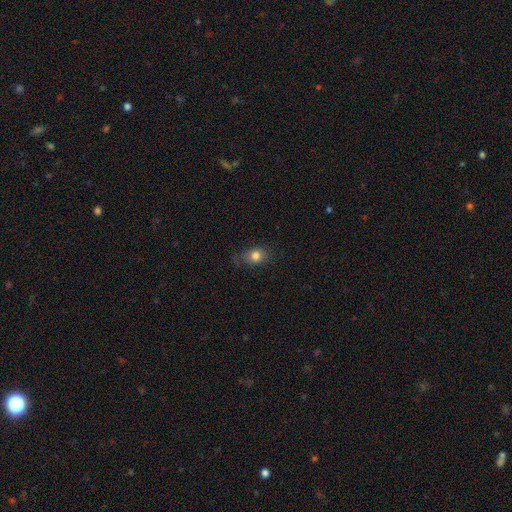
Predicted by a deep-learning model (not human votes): smooth 80%, star or artifact 11%, featured or disk 9%. Down the decision tree: how rounded — in between (55%); merging — none (70%).